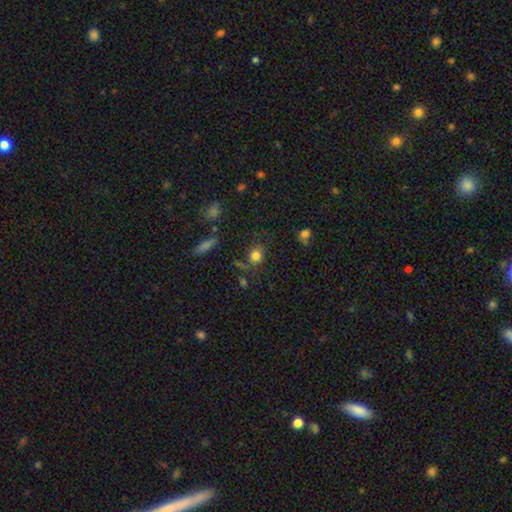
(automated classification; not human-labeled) This appears to be a smooth galaxy with no disk features (80%) that is round (78%). Merging: none (73%).